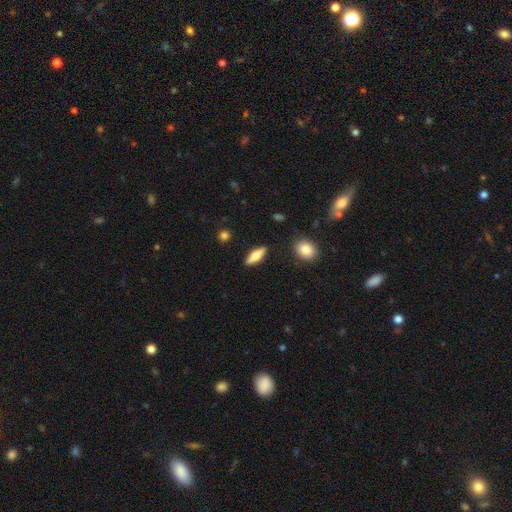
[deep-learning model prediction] A smooth galaxy with no disk features (53%) that is cigar-shaped (54%).

Vote fractions:
- Smooth or featured? smooth: 53% / featured or disk: 40% / star or artifact: 6%
- How rounded? cigar-shaped: 54% / in between: 43% / round: 3%
- Merging? none: 87% / minor disturbance: 8% / major disturbance: 2% / merger: 2%